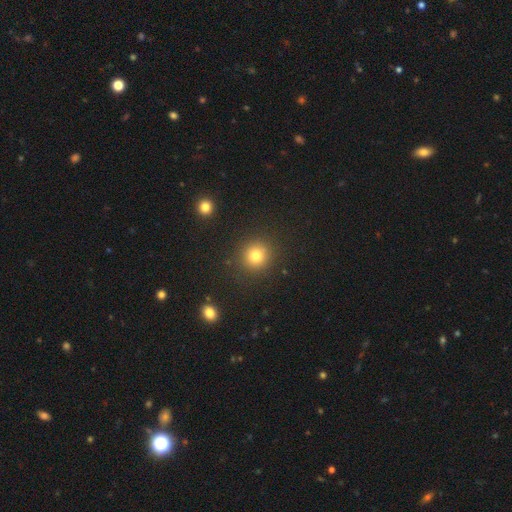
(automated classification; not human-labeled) smooth_or_featured: smooth (p=0.79) [alt: star or artifact p=0.14]
how_rounded: round (p=0.91) [alt: in between p=0.08]
merging: none (p=0.89) [alt: minor disturbance p=0.07]